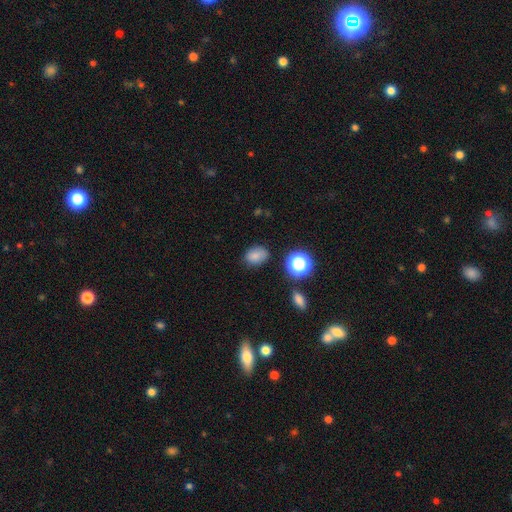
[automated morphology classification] A smooth galaxy with no disk features (79%) that is in between round and cigar-shaped (70%). Merging: none (78%).